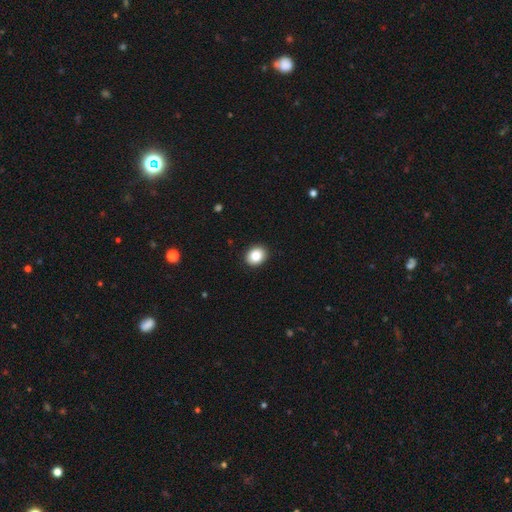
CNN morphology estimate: smooth 85%, star or artifact 9%, featured or disk 6%. Down the decision tree: how rounded — round (55%); merging — none (91%).